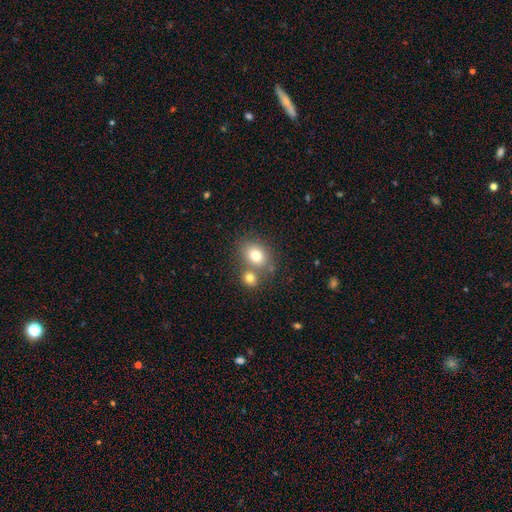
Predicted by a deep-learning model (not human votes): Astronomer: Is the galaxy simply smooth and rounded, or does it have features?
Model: smooth — 76%.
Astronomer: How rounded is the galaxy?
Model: round — 55% (runner-up: in between, 44%).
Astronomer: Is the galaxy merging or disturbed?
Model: none — 52% (runner-up: merger, 35%).